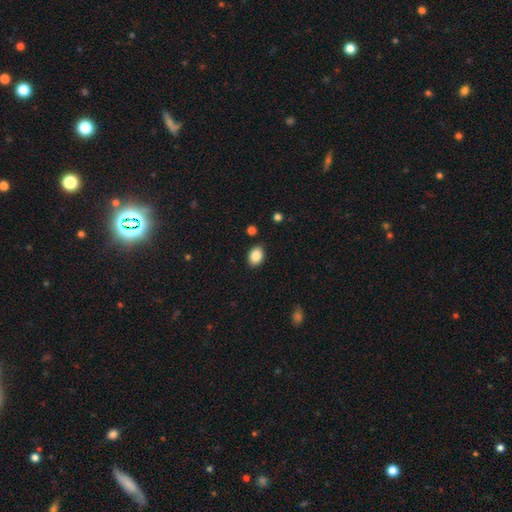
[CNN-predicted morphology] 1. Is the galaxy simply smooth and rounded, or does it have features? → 87% smooth, 8% star or artifact, 5% featured or disk.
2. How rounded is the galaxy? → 78% in between, 21% round, 1% cigar-shaped.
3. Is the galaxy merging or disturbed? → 86% none, 10% minor disturbance, 2% major disturbance, 2% merger.